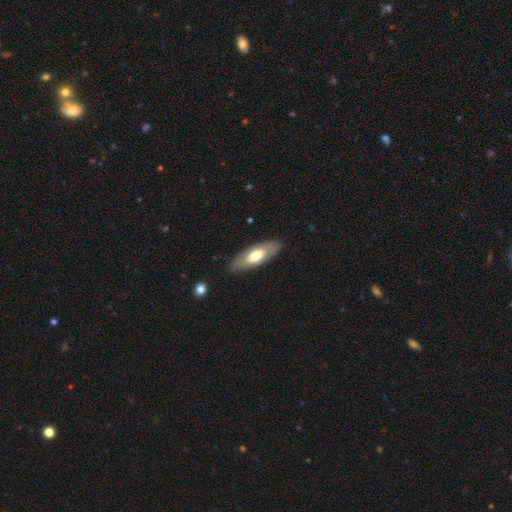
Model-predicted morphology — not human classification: Q: Smooth or featured?
A: smooth (55%); runner-up: featured or disk (40%)
Q: How rounded?
A: in between (74%); runner-up: cigar-shaped (24%)
Q: Merging?
A: none (85%); runner-up: minor disturbance (11%)